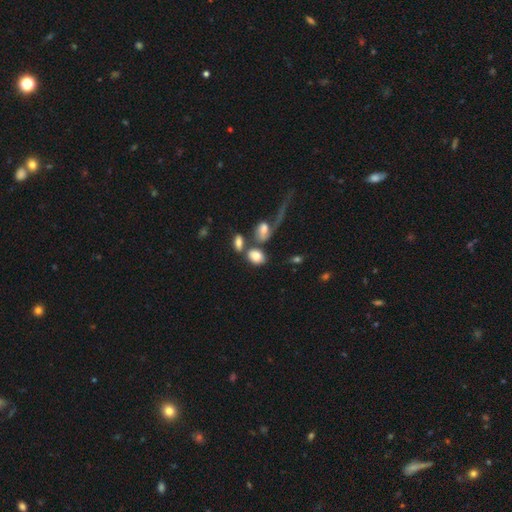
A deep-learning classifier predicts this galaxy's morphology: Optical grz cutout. It shows a smooth galaxy with no disk features (77%) that is in between round and cigar-shaped (76%). Merging: merger (40%).